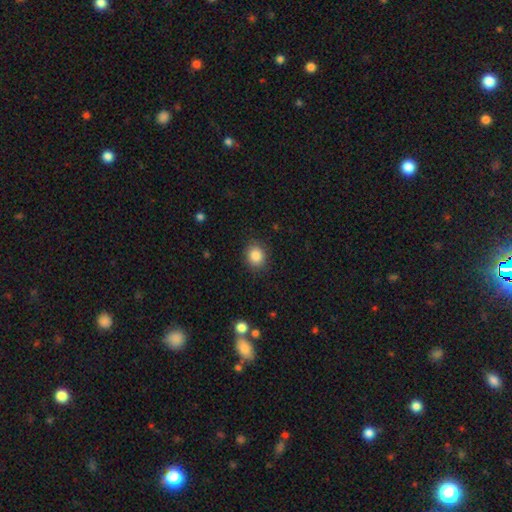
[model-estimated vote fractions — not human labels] A smooth galaxy with no disk features (86%) that is round (69%).

Vote fractions:
- Smooth or featured? smooth: 86% / star or artifact: 9% / featured or disk: 5%
- How rounded? round: 69% / in between: 30% / cigar-shaped: 1%
- Merging? none: 88% / minor disturbance: 9% / major disturbance: 3% / merger: 1%